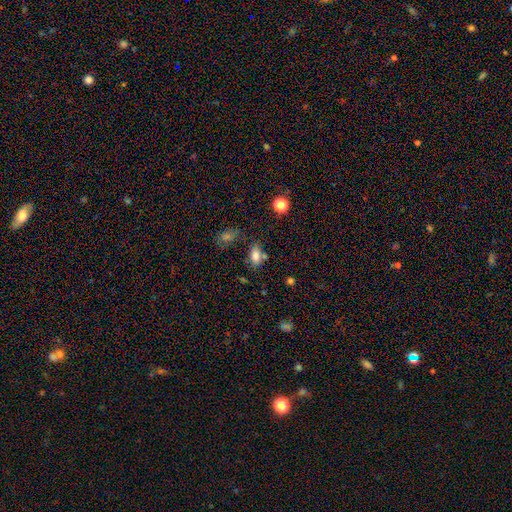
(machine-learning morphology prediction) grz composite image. It shows a smooth galaxy with no disk features (80%) that is in between round and cigar-shaped (86%). Merging: none (61%).